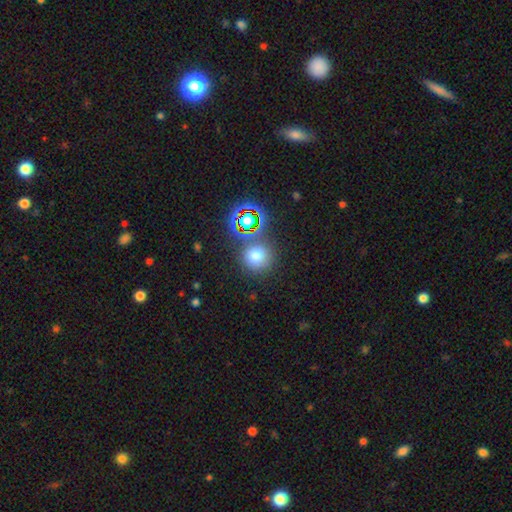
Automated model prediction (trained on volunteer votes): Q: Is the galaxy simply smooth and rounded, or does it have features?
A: smooth — 69%.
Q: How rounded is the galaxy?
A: round — 91%.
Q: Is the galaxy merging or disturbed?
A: none — 76%.